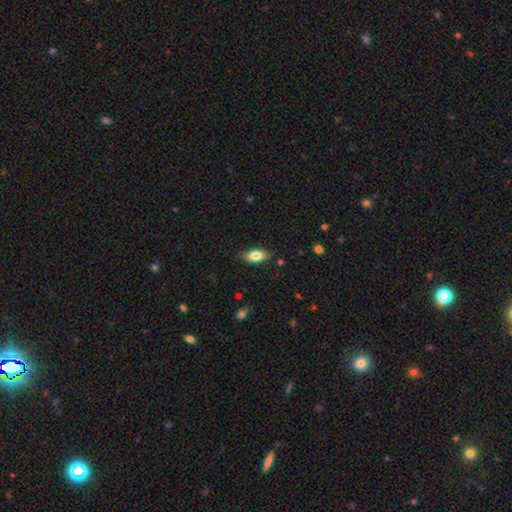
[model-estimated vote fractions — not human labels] A smooth galaxy with no disk features (78%) that is in between round and cigar-shaped (87%).

Vote fractions:
- Smooth or featured? smooth: 78% / featured or disk: 15% / star or artifact: 7%
- How rounded? in between: 87% / cigar-shaped: 8% / round: 4%
- Merging? none: 83% / minor disturbance: 14% / major disturbance: 3% / merger: 1%